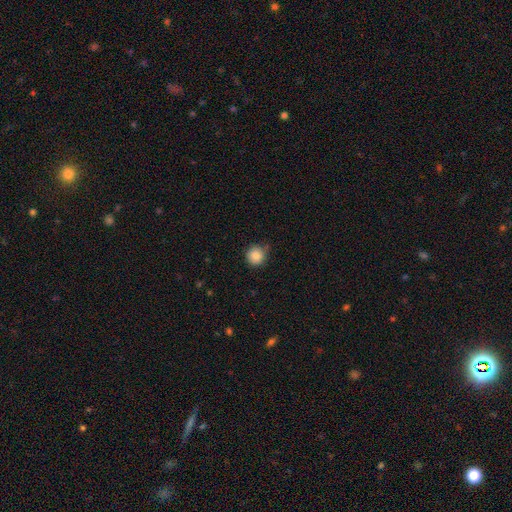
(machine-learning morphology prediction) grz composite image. It shows a smooth galaxy with no disk features (85%) that is round (93%). Merging: none (75%).